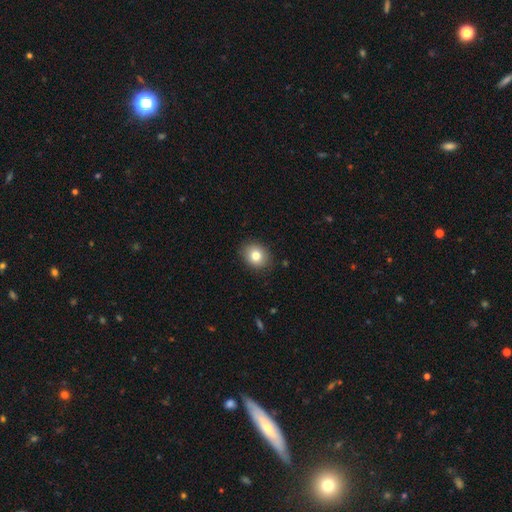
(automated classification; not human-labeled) smooth_or_featured: smooth (p=0.80) [alt: featured or disk p=0.10]
how_rounded: round (p=0.57) [alt: in between p=0.43]
merging: none (p=0.88) [alt: minor disturbance p=0.09]